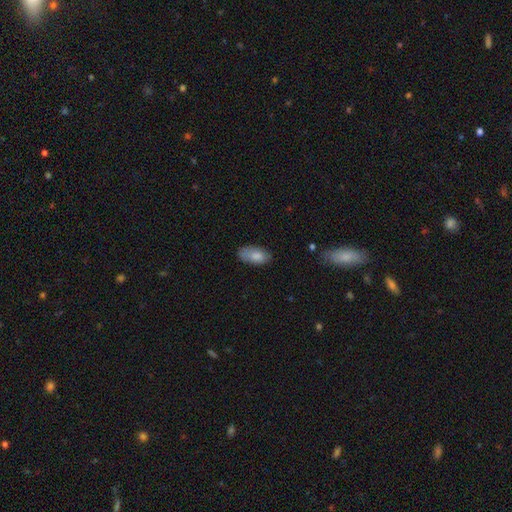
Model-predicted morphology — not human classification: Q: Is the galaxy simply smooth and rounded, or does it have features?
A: smooth — 82%.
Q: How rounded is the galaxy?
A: in between — 92%.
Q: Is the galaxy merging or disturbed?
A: none — 69%.